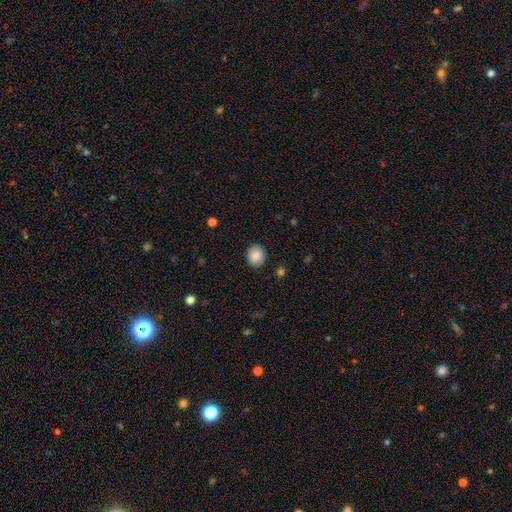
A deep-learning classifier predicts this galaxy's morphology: Q: Smooth or featured?
A: smooth (87%); runner-up: star or artifact (8%)
Q: How rounded?
A: round (59%); runner-up: in between (40%)
Q: Merging?
A: none (89%); runner-up: minor disturbance (8%)